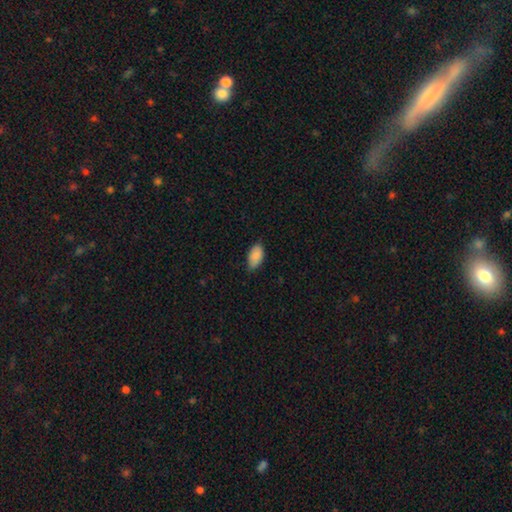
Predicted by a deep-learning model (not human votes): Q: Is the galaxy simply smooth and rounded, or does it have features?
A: smooth — 89%.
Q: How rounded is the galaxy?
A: in between — 94%.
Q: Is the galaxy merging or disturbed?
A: none — 72%.